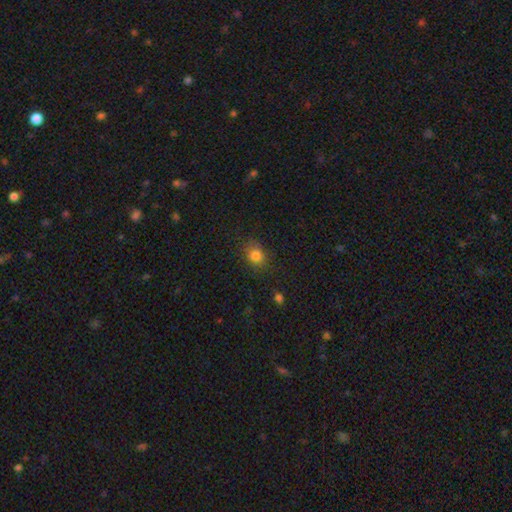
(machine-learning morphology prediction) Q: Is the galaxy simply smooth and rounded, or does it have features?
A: smooth — 81%.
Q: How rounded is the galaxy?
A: round — 54%.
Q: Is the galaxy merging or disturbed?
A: none — 80%.